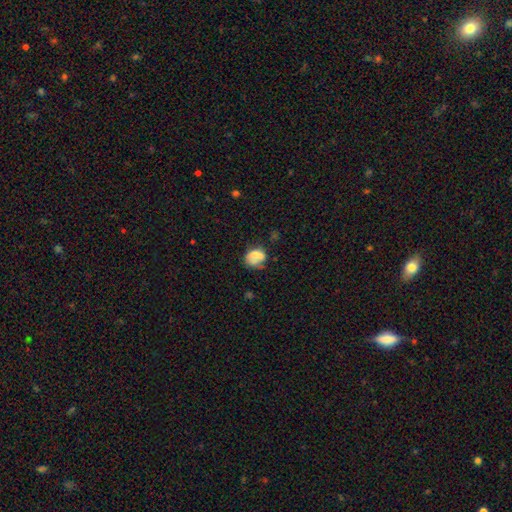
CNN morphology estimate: type=smooth (65%); roundness=round (49%, tied with in between); merging=none (39%).